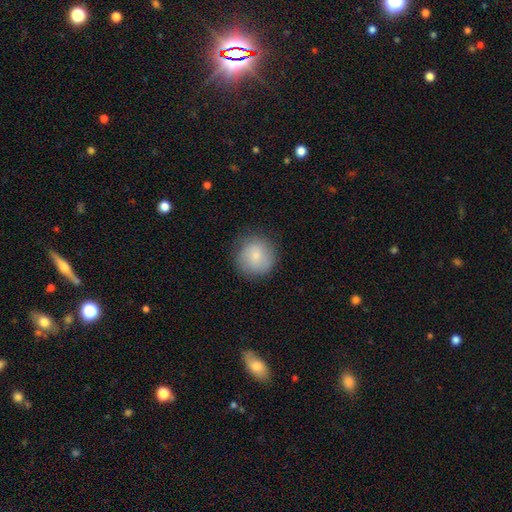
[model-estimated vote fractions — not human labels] smooth-or-featured: smooth: 81% | featured or disk: 12% | star or artifact: 7%
  how-rounded: round: 93% | in between: 6% | cigar-shaped: 1%
  merging: none: 83% | minor disturbance: 13% | major disturbance: 4% | merger: 1%